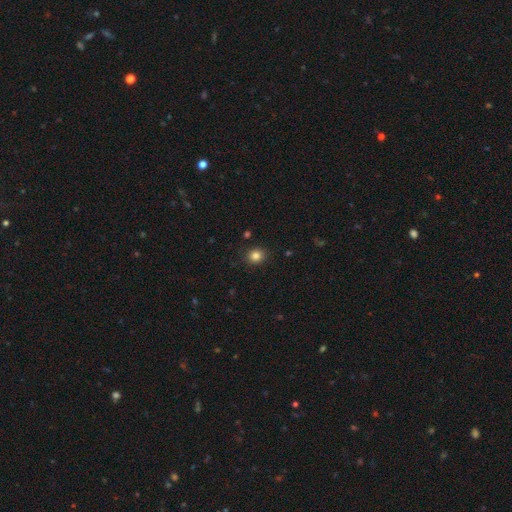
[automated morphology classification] type=smooth (83%); roundness=round (76%); merging=none (87%).